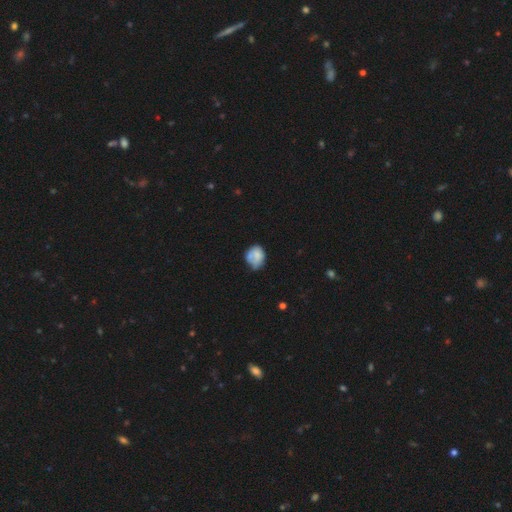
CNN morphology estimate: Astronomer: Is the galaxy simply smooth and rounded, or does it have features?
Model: smooth — 67%.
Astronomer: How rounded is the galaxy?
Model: round — 59% (runner-up: in between, 40%).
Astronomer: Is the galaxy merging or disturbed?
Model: none — 42% (runner-up: minor disturbance, 37%).